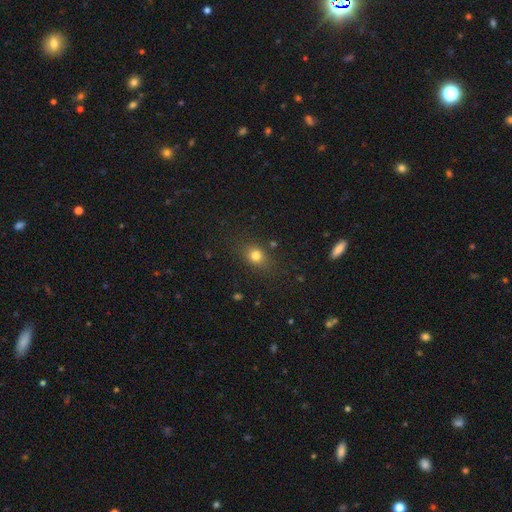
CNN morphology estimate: Smooth or featured? Predicted: smooth (p=0.78). How rounded? Predicted: round (p=0.57). Merging? Predicted: none (p=0.79).